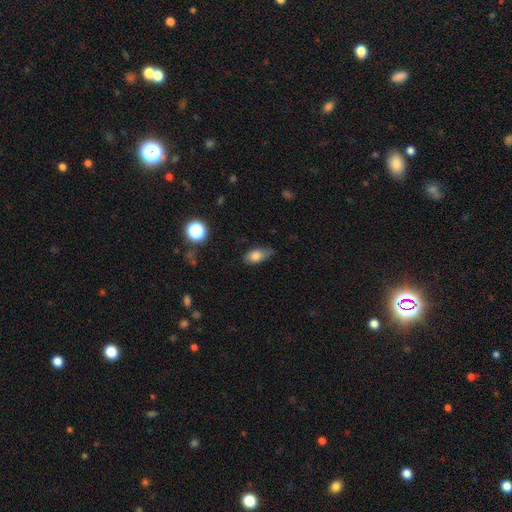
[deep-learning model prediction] smooth-or-featured: smooth: 79% | featured or disk: 12% | star or artifact: 9%
  how-rounded: in between: 85% | round: 9% | cigar-shaped: 7%
  merging: none: 58% | minor disturbance: 32% | major disturbance: 8% | merger: 2%